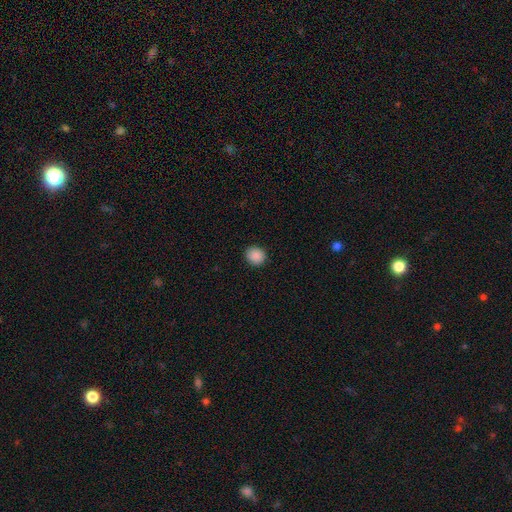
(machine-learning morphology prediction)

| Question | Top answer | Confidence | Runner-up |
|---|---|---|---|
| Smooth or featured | smooth | 89% | star or artifact (9%) |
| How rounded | round | 81% | in between (18%) |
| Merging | none | 91% | minor disturbance (6%) |